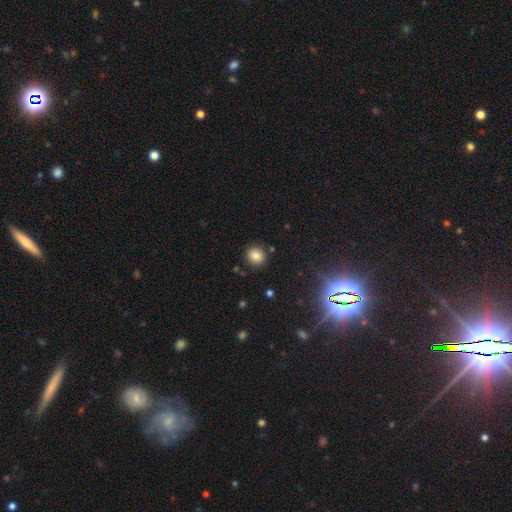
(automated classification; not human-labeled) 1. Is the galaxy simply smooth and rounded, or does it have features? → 82% smooth, 12% star or artifact, 6% featured or disk.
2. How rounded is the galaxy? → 81% round, 18% in between, 1% cigar-shaped.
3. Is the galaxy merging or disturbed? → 88% none, 8% minor disturbance, 2% merger, 2% major disturbance.